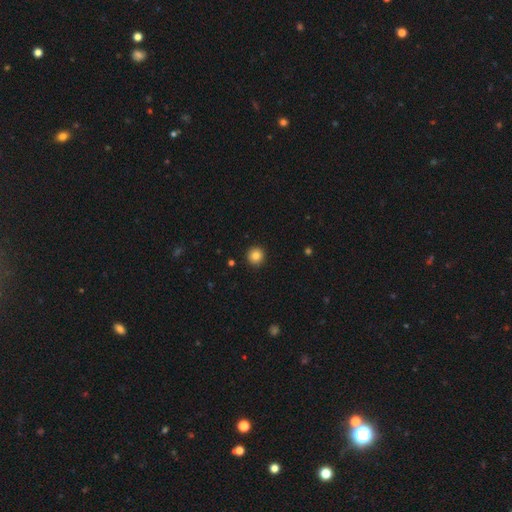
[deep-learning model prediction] This is clearly a smooth galaxy (84%). How rounded: clearly round (95%). Merging: clearly none (93%).